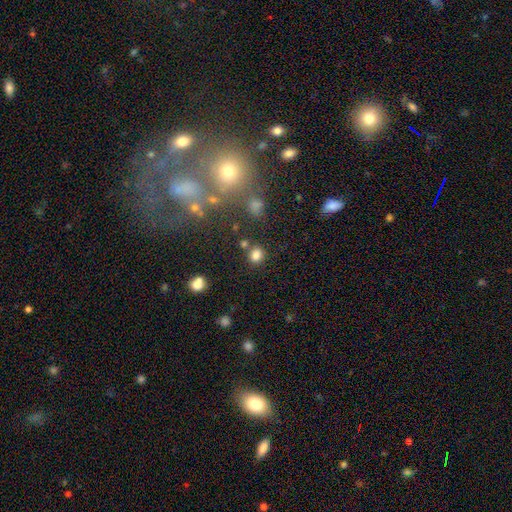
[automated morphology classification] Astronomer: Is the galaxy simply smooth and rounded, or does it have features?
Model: smooth — 80%.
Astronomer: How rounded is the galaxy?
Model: round — 72%.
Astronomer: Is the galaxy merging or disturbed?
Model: none — 74%.